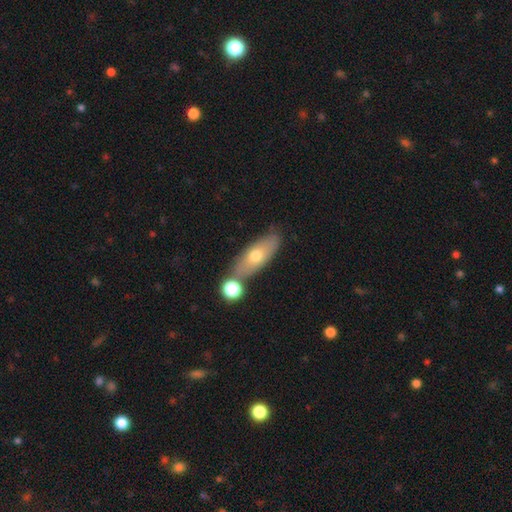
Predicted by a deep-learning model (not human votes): Smooth or featured?
  - smooth: 60% *
  - featured or disk: 32%
  - star or artifact: 8%
How rounded?
  - in between: 66% *
  - cigar-shaped: 29%
  - round: 5%
Merging?
  - none: 67% *
  - merger: 16%
  - minor disturbance: 13%
  - major disturbance: 4%